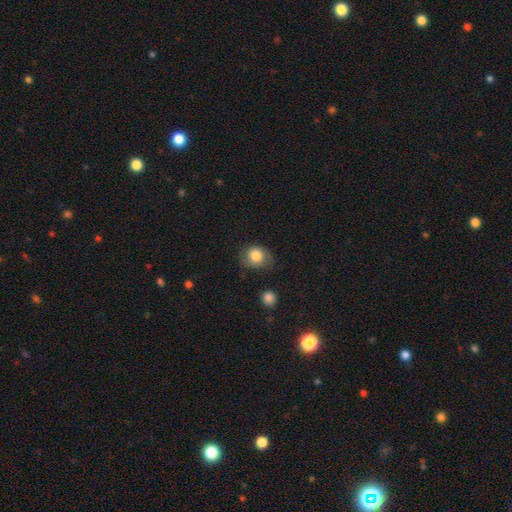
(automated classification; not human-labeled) This is likely a smooth galaxy (79%). How rounded: likely round (63%). Merging: likely none (64%).